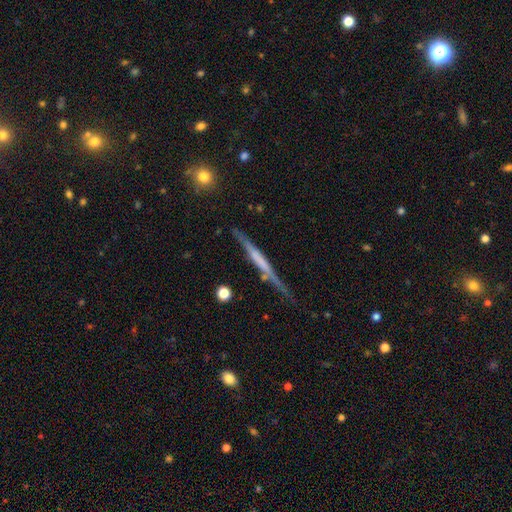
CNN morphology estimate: Smooth or featured?
  - featured or disk: 66% *
  - smooth: 28%
  - star or artifact: 6%
Edge-on disk?
  - yes: 96% *
  - no: 4%
Edge-on bulge?
  - none: 66% *
  - boxy: 18%
  - rounded: 16%
Merging?
  - none: 76% *
  - minor disturbance: 17%
  - major disturbance: 4%
  - merger: 3%